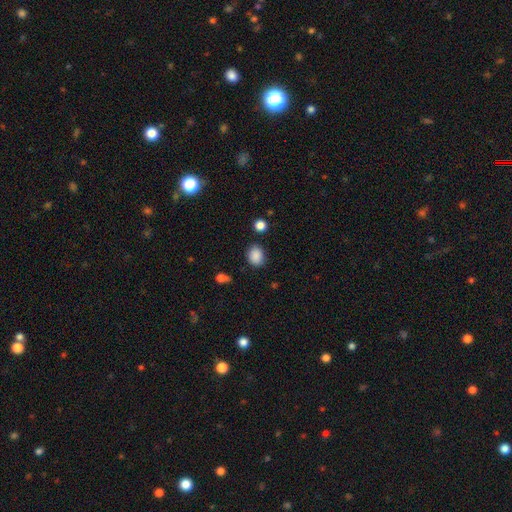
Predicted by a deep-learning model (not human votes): Q: Smooth or featured?
A: smooth (87%); runner-up: star or artifact (9%)
Q: How rounded?
A: in between (52%); runner-up: round (47%)
Q: Merging?
A: none (81%); runner-up: minor disturbance (13%)